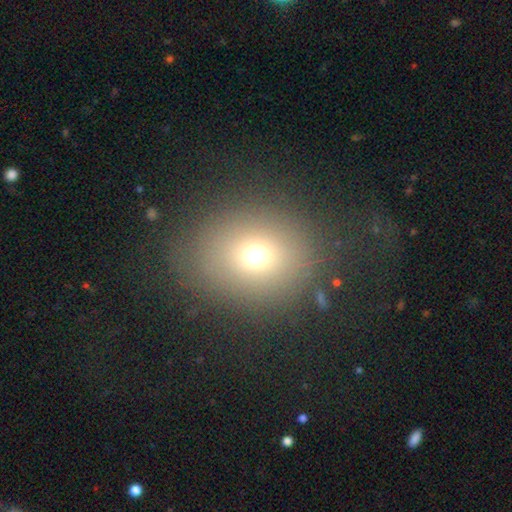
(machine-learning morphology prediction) The model was most divided on "how rounded": round: 62%, in between: 37%, cigar-shaped: 1%. More confident: merging — none (77%); smooth or featured — smooth (69%).